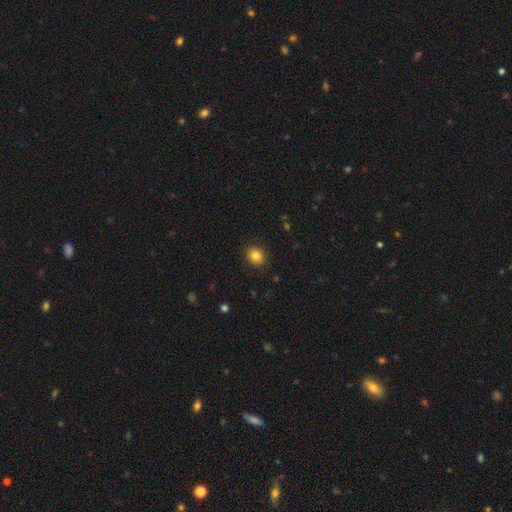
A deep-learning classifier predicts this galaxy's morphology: Q: Smooth or featured?
A: smooth (84%); runner-up: star or artifact (10%)
Q: How rounded?
A: round (66%); runner-up: in between (33%)
Q: Merging?
A: none (90%); runner-up: minor disturbance (7%)